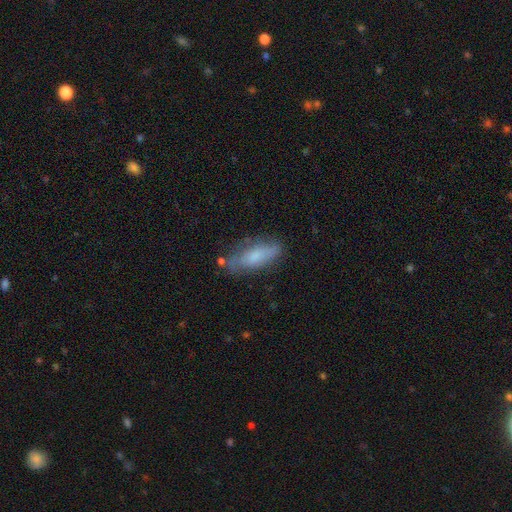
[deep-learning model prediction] The model was most divided on "how rounded": in between: 62%, cigar-shaped: 35%, round: 2%. More confident: merging — none (68%); smooth or featured — smooth (63%).